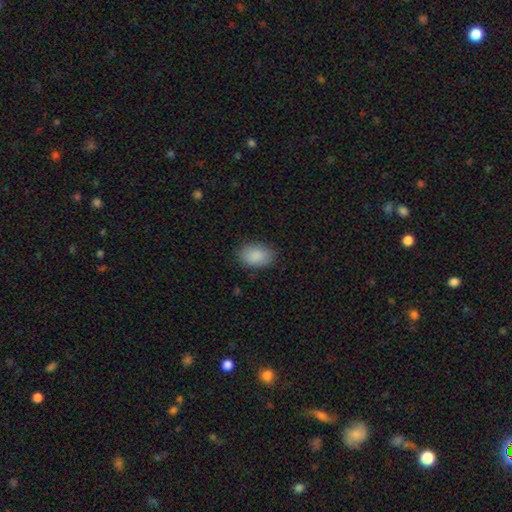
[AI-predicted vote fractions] A smooth galaxy with no disk features (89%) that is in between round and cigar-shaped (87%). Merging: none (84%).